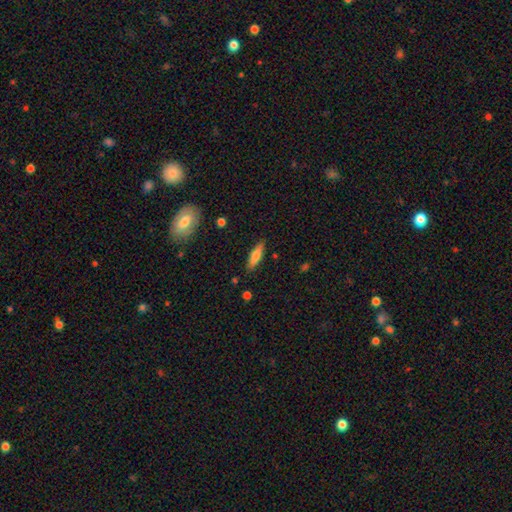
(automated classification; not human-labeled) Overall: smooth (70%). How rounded: cigar-shaped (70%). Merging: none (87%).